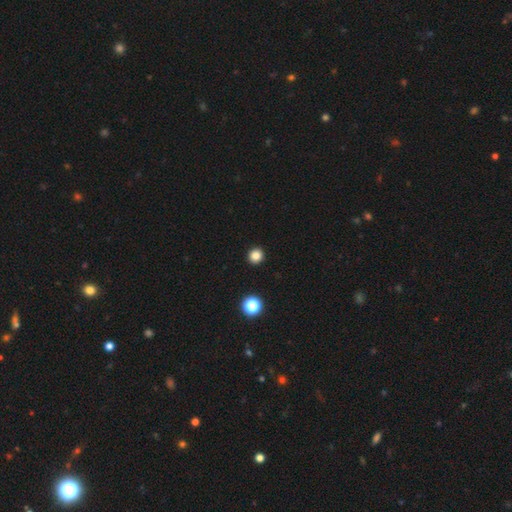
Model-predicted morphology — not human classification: Overall: smooth (83%). How rounded: round (91%). Merging: none (93%).